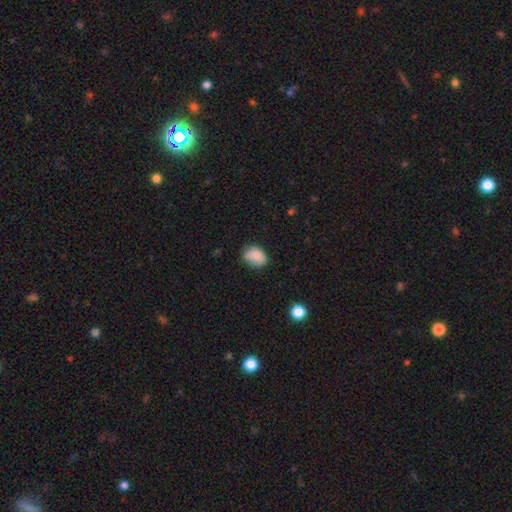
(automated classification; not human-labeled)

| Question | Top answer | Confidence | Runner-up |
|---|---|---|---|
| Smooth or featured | smooth | 84% | star or artifact (8%) |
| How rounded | in between | 74% | round (25%) |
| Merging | none | 65% | minor disturbance (28%) |